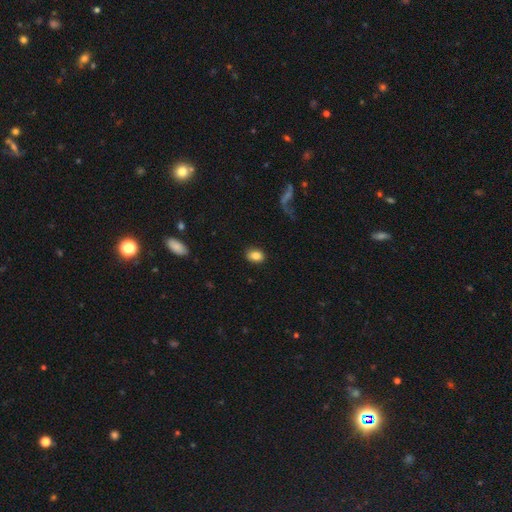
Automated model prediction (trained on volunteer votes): Smooth or featured? smooth (85%)
How rounded? in between (75%)
Merging? none (85%)